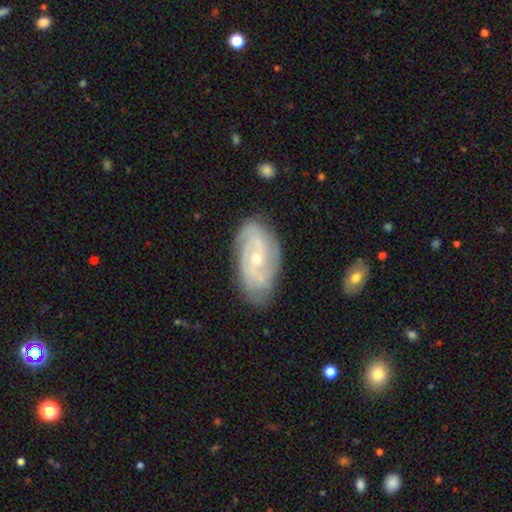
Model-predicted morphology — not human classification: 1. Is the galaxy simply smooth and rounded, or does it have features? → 76% featured or disk, 15% smooth, 9% star or artifact.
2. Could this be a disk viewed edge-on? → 94% no, 6% yes.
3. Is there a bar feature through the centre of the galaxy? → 61% no, 31% weak, 8% strong.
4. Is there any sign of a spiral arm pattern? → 92% yes, 8% no.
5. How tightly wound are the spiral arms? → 58% tight, 32% medium, 10% loose.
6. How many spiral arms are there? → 38% 2, 31% can't tell, 16% 3, 7% 4, 4% 1, 4% more than 4.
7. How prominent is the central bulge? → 62% small, 35% moderate, 1% none, 1% large, 1% dominant.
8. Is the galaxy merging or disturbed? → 81% none, 14% minor disturbance, 3% major disturbance, 1% merger.